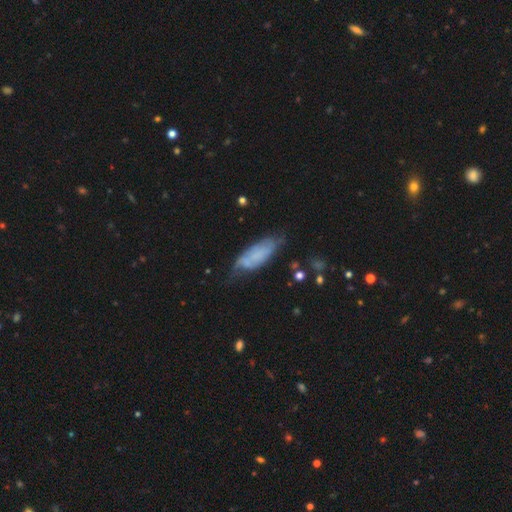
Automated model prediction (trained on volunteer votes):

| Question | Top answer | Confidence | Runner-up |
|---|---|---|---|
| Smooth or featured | smooth | 50% | featured or disk (41%) |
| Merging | none | 47% | minor disturbance (33%) |